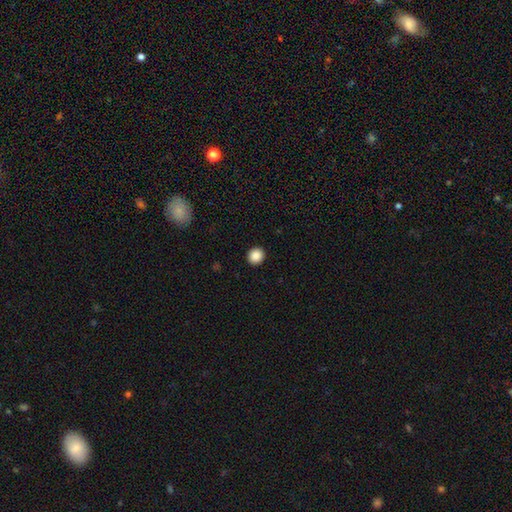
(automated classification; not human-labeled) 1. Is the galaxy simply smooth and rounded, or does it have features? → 88% smooth, 9% star or artifact, 3% featured or disk.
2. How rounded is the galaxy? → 88% round, 11% in between, 1% cigar-shaped.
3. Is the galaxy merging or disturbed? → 93% none, 4% minor disturbance, 2% major disturbance, 1% merger.